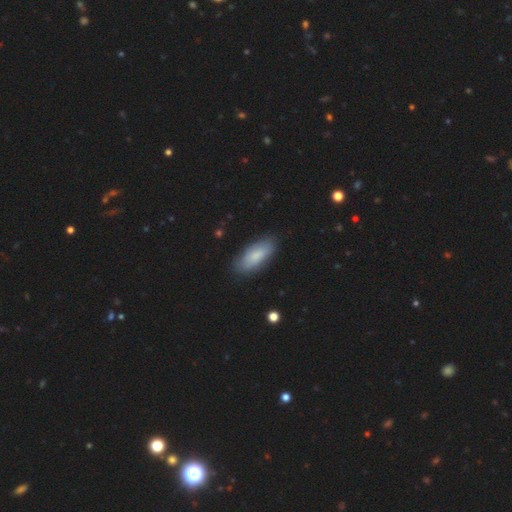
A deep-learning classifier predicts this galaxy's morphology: This appears to be a smooth galaxy with no disk features (79%) that is in between round and cigar-shaped (79%). Merging: none (83%).